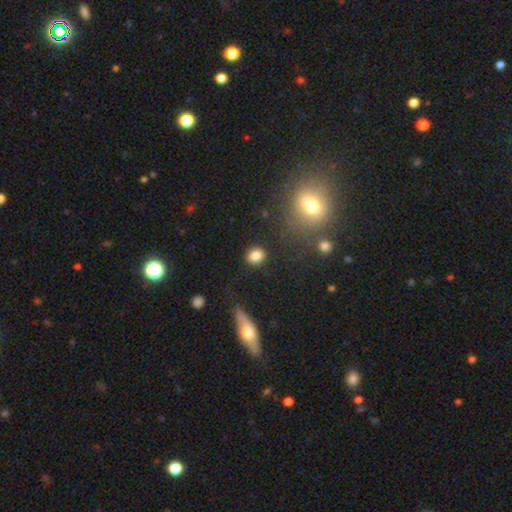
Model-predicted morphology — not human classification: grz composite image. It shows a smooth galaxy with no disk features (83%) that is round (71%). Merging: none (87%).